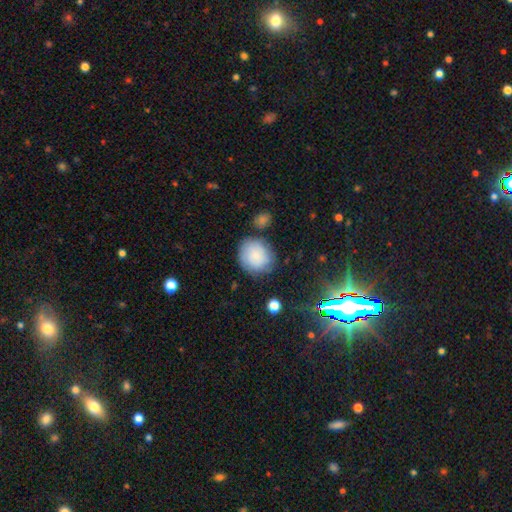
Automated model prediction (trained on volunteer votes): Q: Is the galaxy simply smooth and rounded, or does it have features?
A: smooth — 82%.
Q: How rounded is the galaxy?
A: round — 75%.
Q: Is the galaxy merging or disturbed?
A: none — 70%.